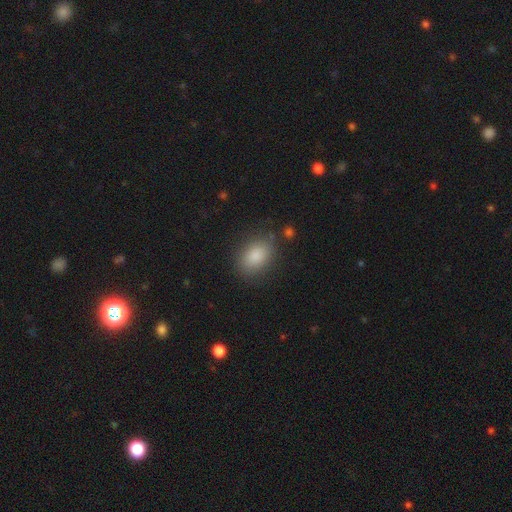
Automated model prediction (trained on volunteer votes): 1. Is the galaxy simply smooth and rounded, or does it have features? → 86% smooth, 8% star or artifact, 6% featured or disk.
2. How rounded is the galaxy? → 80% in between, 19% round, 1% cigar-shaped.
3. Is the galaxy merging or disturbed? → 81% none, 12% minor disturbance, 4% major disturbance, 2% merger.